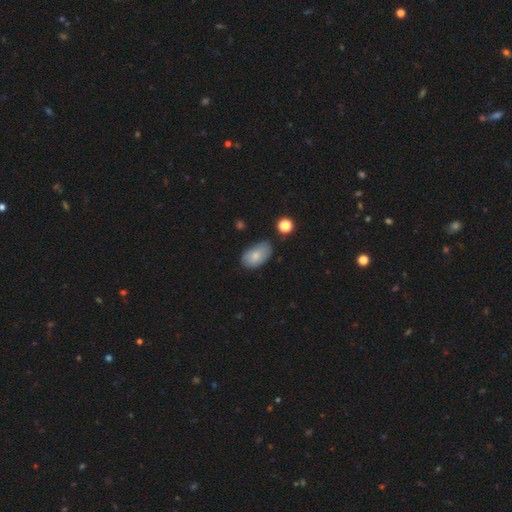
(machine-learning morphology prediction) A smooth galaxy with no disk features (77%) that is in between round and cigar-shaped (93%). Merging: none (64%).